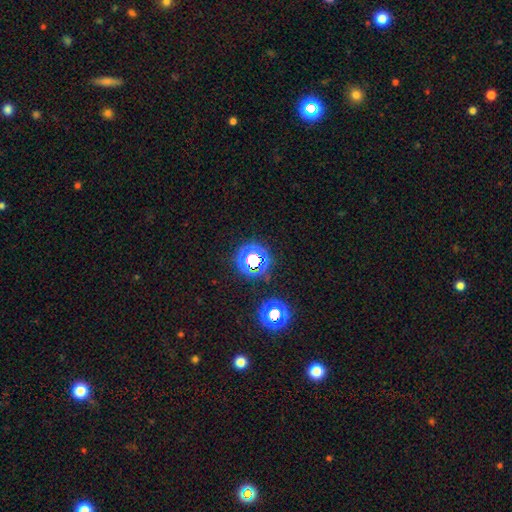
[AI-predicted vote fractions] Overall: star or artifact (73%).